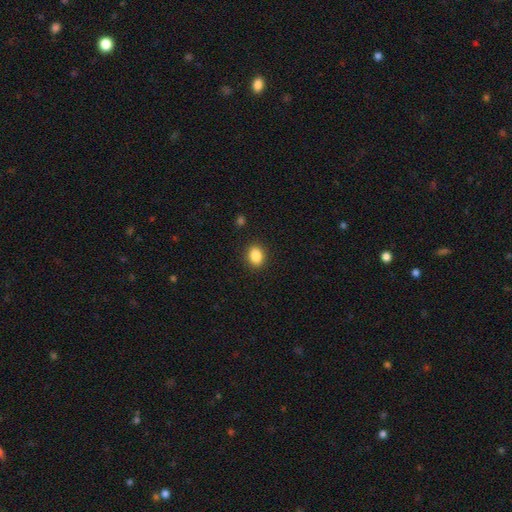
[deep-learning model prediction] smooth-or-featured: smooth: 86% | star or artifact: 9% | featured or disk: 4%
  how-rounded: in between: 63% | round: 36% | cigar-shaped: 1%
  merging: none: 90% | minor disturbance: 7% | major disturbance: 2% | merger: 1%